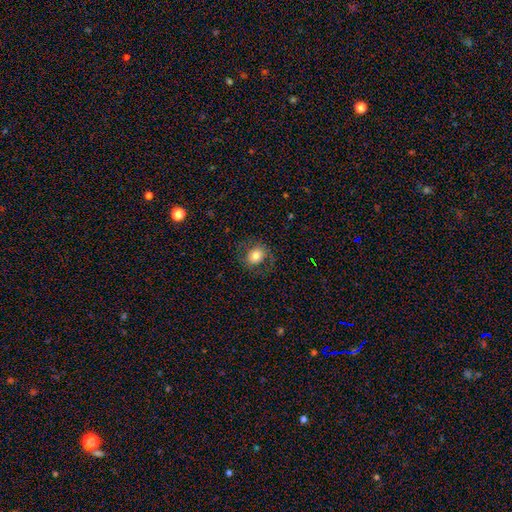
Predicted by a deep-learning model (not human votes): Q: Smooth or featured?
A: smooth (73%); runner-up: featured or disk (17%)
Q: How rounded?
A: round (58%); runner-up: in between (41%)
Q: Merging?
A: none (77%); runner-up: minor disturbance (14%)